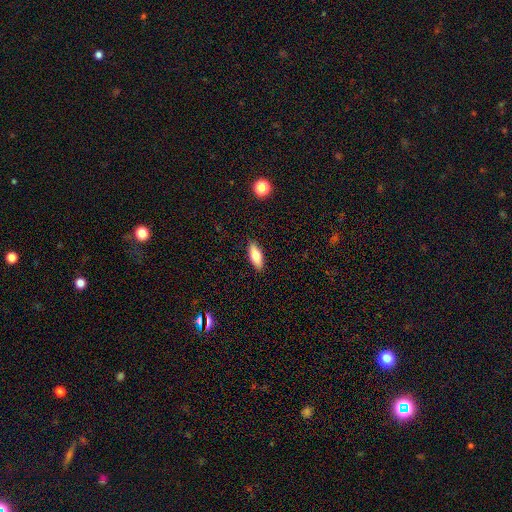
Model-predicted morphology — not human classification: A smooth galaxy with no disk features (76%) that is in between round and cigar-shaped (69%). Merging: none (89%).